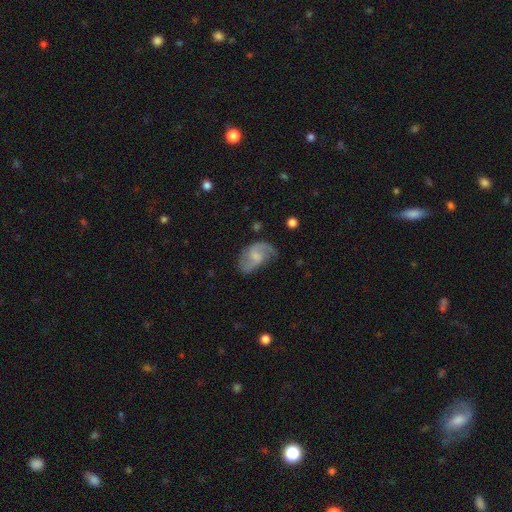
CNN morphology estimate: A featured or disk galaxy (77%) with a weak bar (50%), 2 (86%) loose (46%) spiral arms (94%) and a small central bulge (45%). Merging: none (63%).